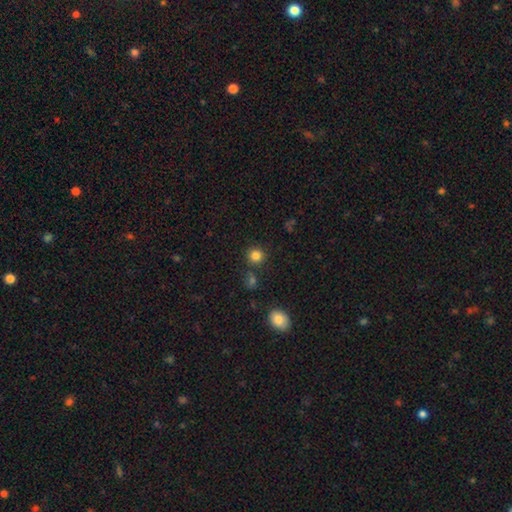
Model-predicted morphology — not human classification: smooth_or_featured: smooth (p=0.83) [alt: star or artifact p=0.12]
how_rounded: round (p=0.91) [alt: in between p=0.08]
merging: none (p=0.85) [alt: minor disturbance p=0.07]